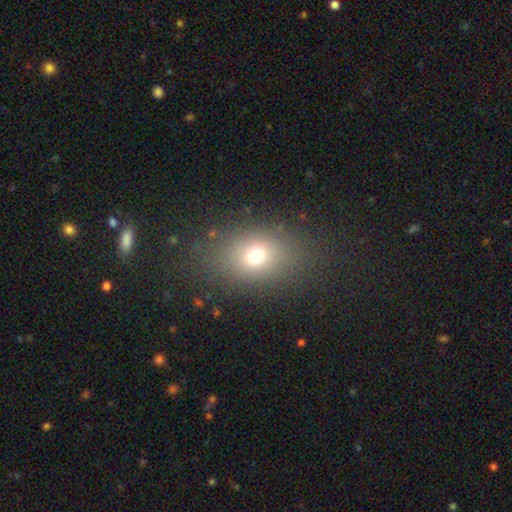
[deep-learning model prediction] This is likely a smooth galaxy (69%). How rounded: likely in between (62%). Merging: clearly none (80%).